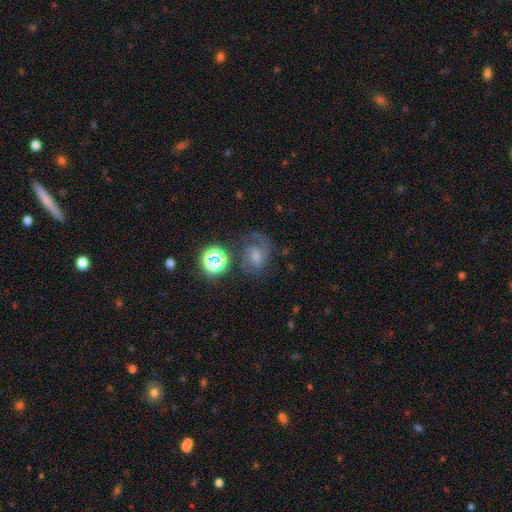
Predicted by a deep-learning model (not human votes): This is possibly a featured or disk galaxy (52%). It is clearly not viewed edge-on (97%). Bar: possibly weak (46%). Spiral arm pattern: clearly yes (85%). Central bulge: marginally moderate (34%). Merging: possibly none (48%).